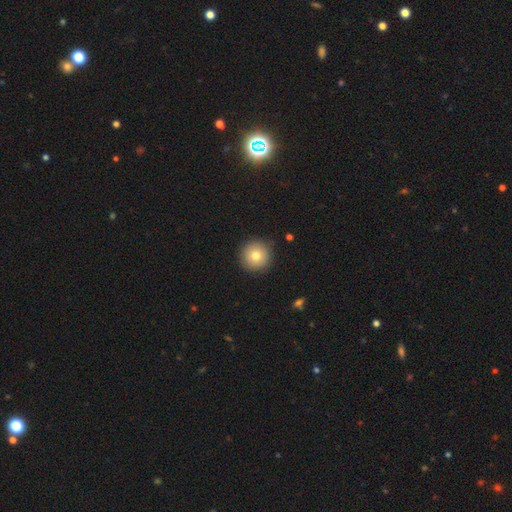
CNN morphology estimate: This is likely a smooth galaxy (79%). How rounded: clearly round (96%). Merging: clearly none (91%).